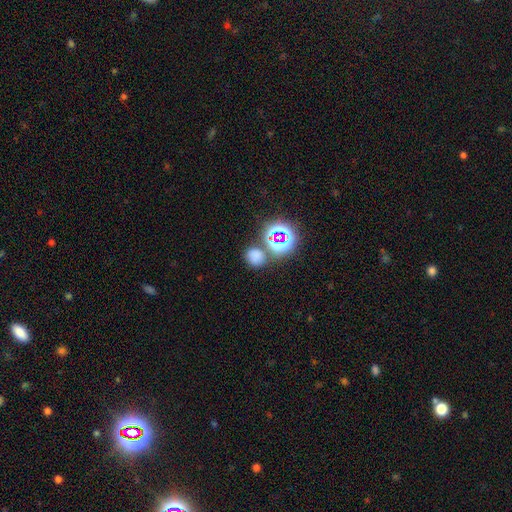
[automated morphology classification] Q: Smooth or featured?
A: smooth (66%); runner-up: star or artifact (28%)
Q: How rounded?
A: round (74%); runner-up: in between (24%)
Q: Merging?
A: none (69%); runner-up: merger (16%)